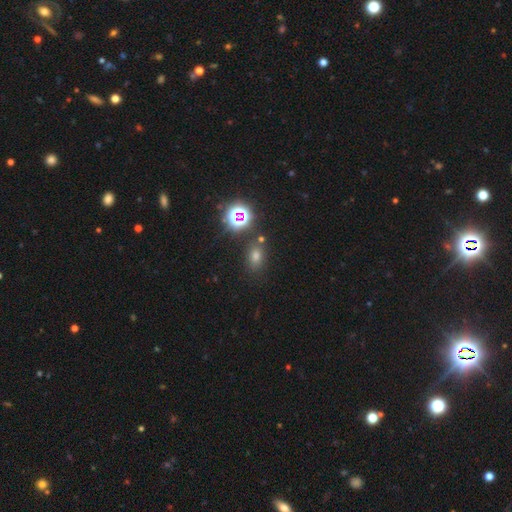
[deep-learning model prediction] This is possibly a smooth galaxy (57%). How rounded: likely in between (62%). Merging: likely none (79%).